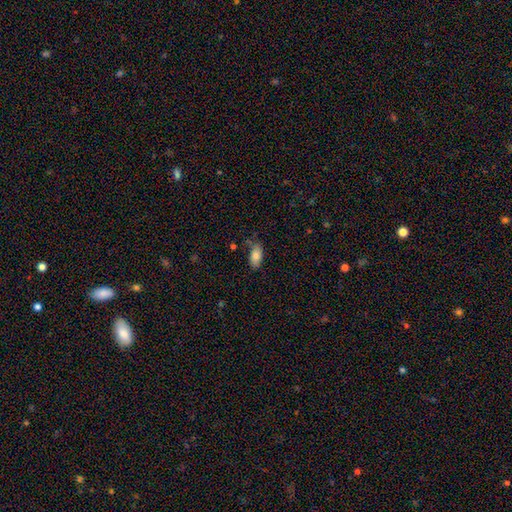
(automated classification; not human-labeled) Overall: smooth (82%). How rounded: in between (91%). Merging: none (71%).